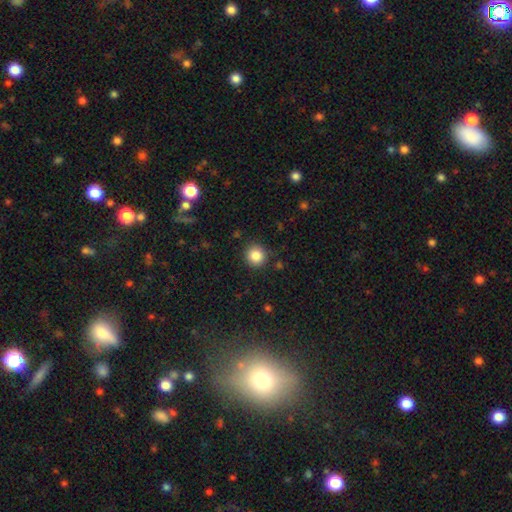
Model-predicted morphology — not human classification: Overall: smooth (85%). How rounded: round (93%). Merging: none (89%).